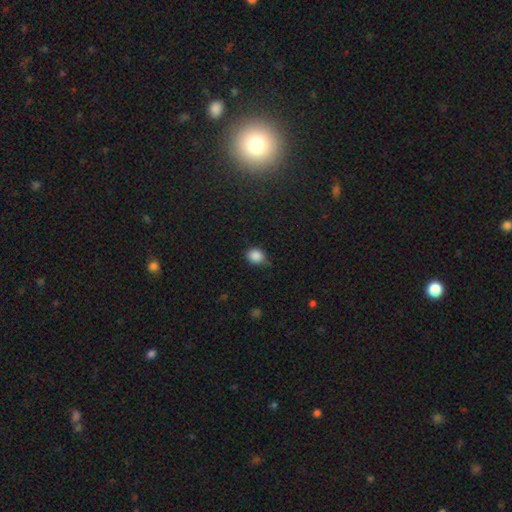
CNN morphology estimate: This is clearly a smooth galaxy (86%). How rounded: likely round (67%). Merging: likely none (67%).